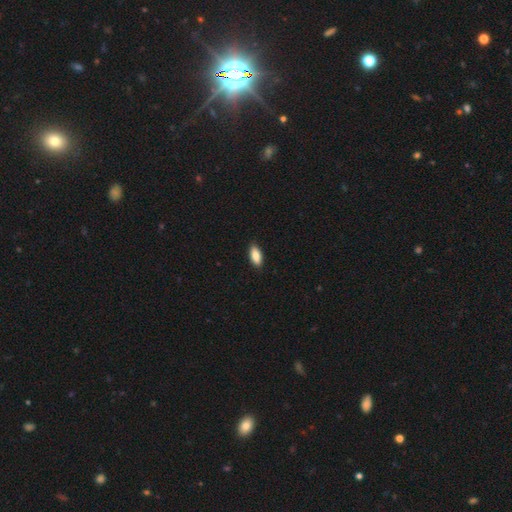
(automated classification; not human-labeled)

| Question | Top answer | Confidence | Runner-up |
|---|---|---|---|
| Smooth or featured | smooth | 88% | star or artifact (6%) |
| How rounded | in between | 87% | cigar-shaped (11%) |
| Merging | none | 89% | minor disturbance (9%) |